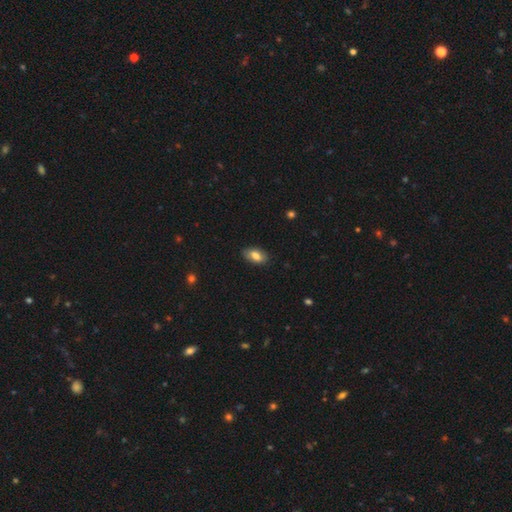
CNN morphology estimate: Overall: smooth (81%). How rounded: in between (92%). Merging: none (84%).